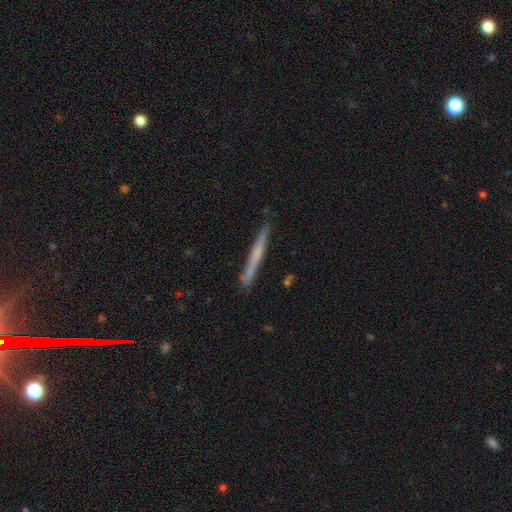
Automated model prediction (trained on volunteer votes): Smooth or featured?
  - smooth: 51% *
  - featured or disk: 43%
  - star or artifact: 6%
How rounded?
  - cigar-shaped: 97% *
  - in between: 2%
  - round: 1%
Merging?
  - none: 88% *
  - minor disturbance: 9%
  - major disturbance: 1%
  - merger: 1%